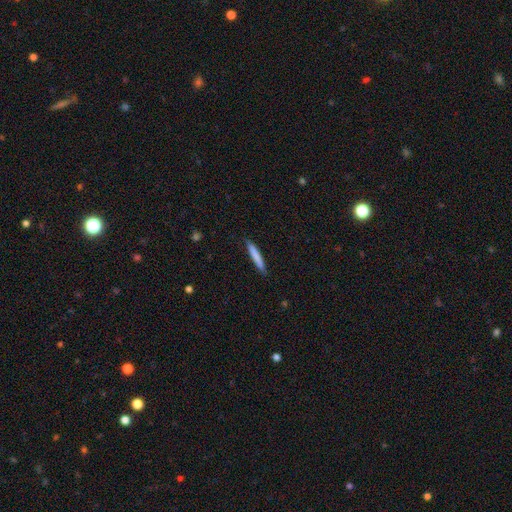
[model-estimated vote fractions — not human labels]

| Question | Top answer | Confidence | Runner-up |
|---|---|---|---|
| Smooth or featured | smooth | 76% | featured or disk (18%) |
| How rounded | cigar-shaped | 95% | in between (4%) |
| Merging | none | 86% | minor disturbance (11%) |